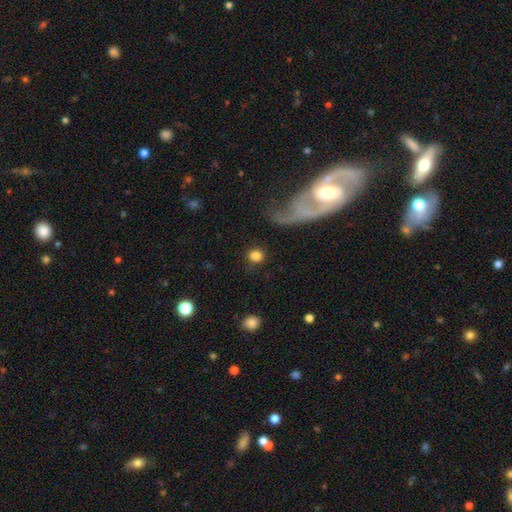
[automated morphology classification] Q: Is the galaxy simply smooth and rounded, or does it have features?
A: smooth — 83%.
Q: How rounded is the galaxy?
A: round — 88%.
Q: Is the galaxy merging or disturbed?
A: none — 82%.